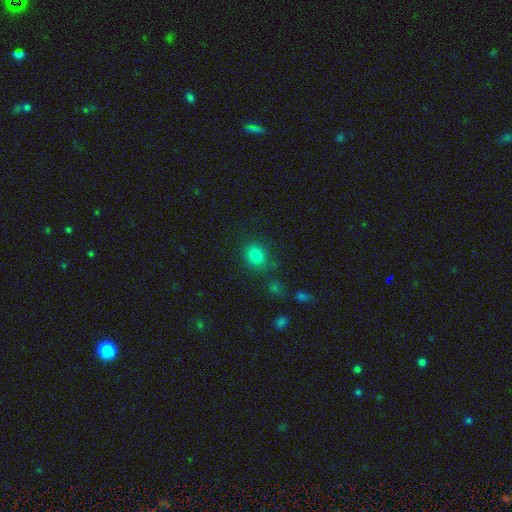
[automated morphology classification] smooth_or_featured: smooth (p=0.82) [alt: star or artifact p=0.12]
how_rounded: round (p=0.69) [alt: in between p=0.30]
merging: none (p=0.78) [alt: minor disturbance p=0.11]